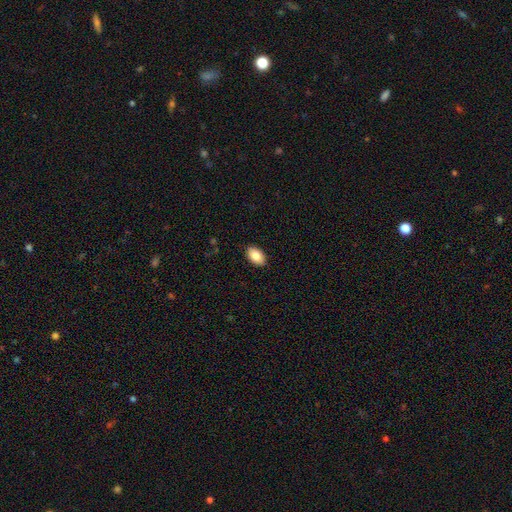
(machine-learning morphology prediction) Smooth or featured? smooth (86%)
How rounded? in between (92%)
Merging? none (90%)